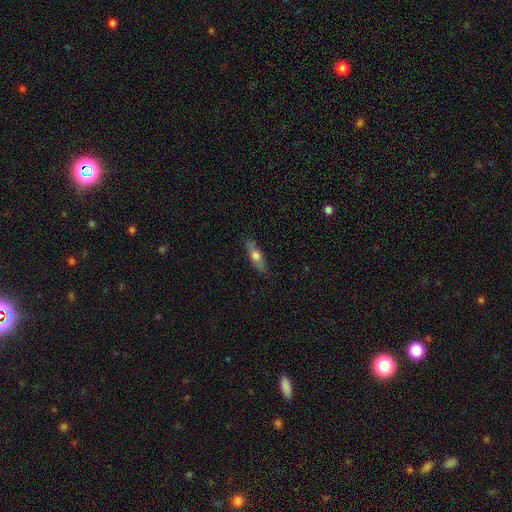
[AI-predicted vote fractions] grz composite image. It shows a smooth galaxy with no disk features (61%) that is in between round and cigar-shaped (49%). Merging: none (83%).